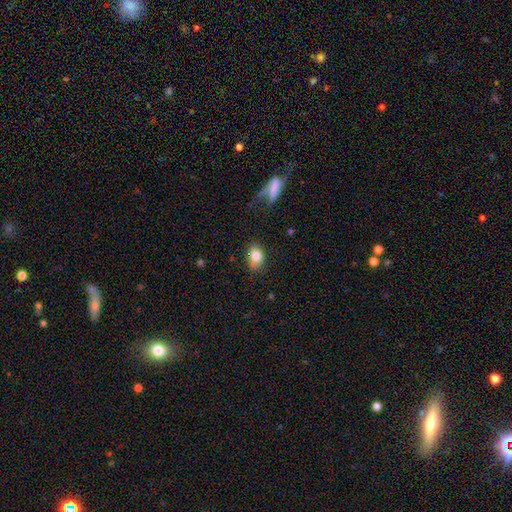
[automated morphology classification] Smooth or featured: smooth — 82% (featured or disk — 9%)
How rounded: in between — 77% (round — 21%)
Merging: none — 73% (minor disturbance — 19%)